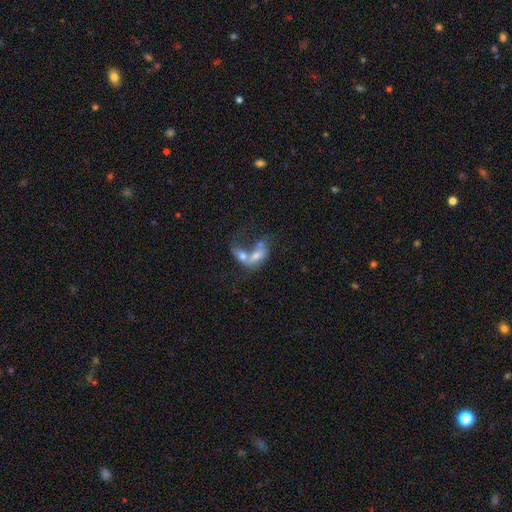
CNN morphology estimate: Q: Smooth or featured?
A: smooth (46%); runner-up: featured or disk (42%)
Q: Merging?
A: merger (71%); runner-up: major disturbance (12%)